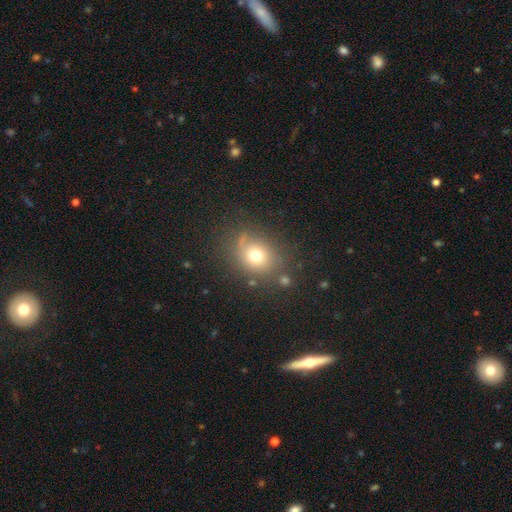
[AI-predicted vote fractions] This appears to be a smooth galaxy with no disk features (70%) that is round (64%). Merging: none (70%).